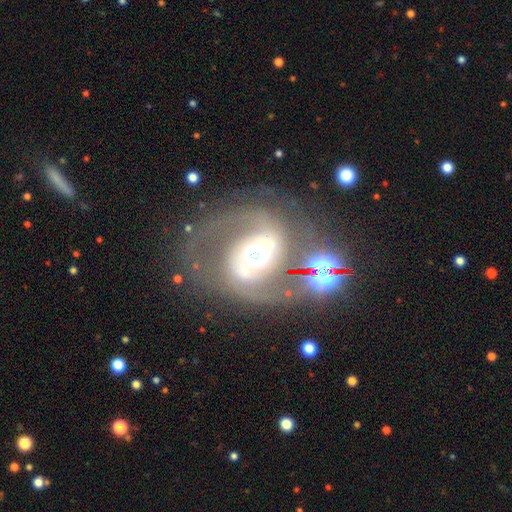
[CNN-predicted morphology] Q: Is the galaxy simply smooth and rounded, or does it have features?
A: featured or disk — 80%.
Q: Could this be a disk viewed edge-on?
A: no — 97%.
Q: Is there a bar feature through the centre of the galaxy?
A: no — 53%.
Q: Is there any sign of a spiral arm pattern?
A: yes — 86%.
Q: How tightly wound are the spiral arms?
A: medium — 51%.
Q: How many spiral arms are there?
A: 2 — 83%.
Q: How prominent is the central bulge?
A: moderate — 48%.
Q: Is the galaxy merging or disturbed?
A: none — 61%.